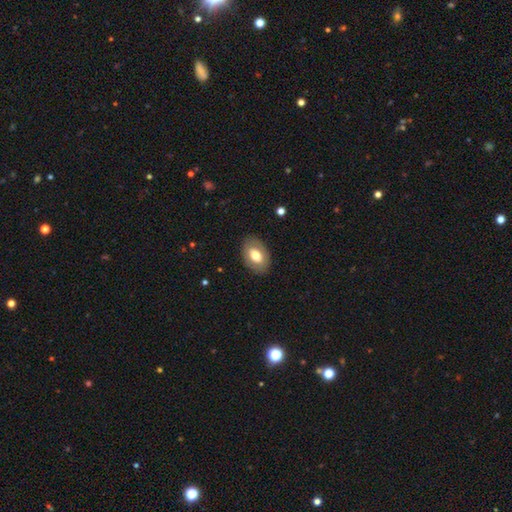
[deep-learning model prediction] A smooth galaxy with no disk features (65%) that is in between round and cigar-shaped (88%). Merging: none (85%).